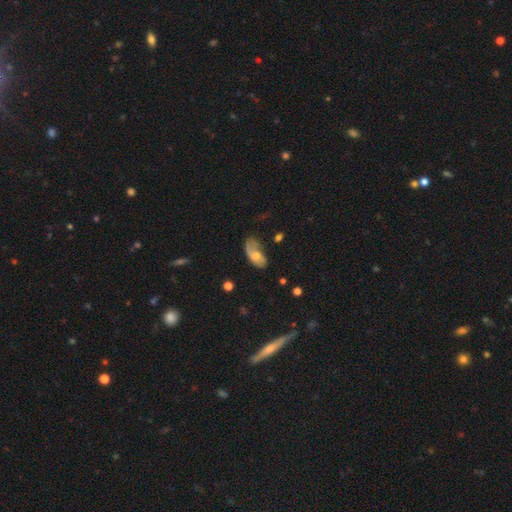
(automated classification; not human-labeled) Smooth or featured? Predicted: smooth (p=0.47). Merging? Predicted: none (p=0.41).